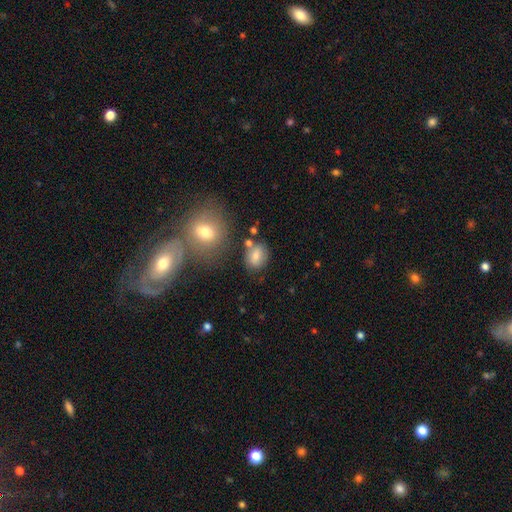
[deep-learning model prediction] Smooth or featured? Predicted: smooth (p=0.76). How rounded? Predicted: in between (p=0.61). Merging? Predicted: none (p=0.71).